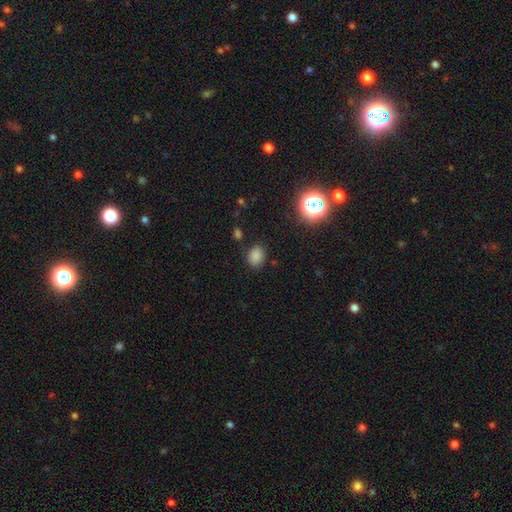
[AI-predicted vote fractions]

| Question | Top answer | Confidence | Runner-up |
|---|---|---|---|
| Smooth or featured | smooth | 80% | star or artifact (15%) |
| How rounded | in between | 51% | round (48%) |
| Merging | none | 81% | minor disturbance (13%) |